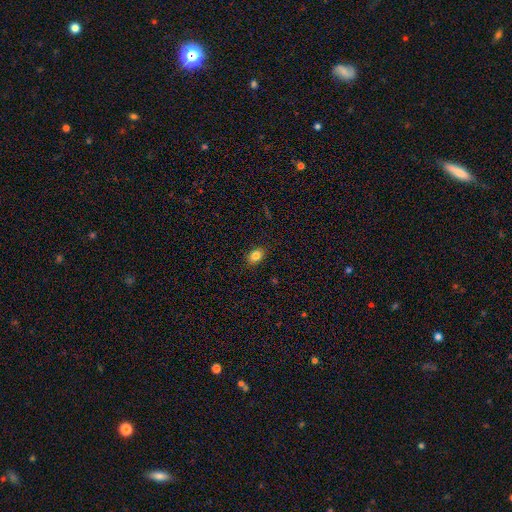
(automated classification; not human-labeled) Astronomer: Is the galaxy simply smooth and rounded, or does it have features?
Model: smooth — 84%.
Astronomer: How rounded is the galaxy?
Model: in between — 74%.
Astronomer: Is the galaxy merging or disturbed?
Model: none — 88%.